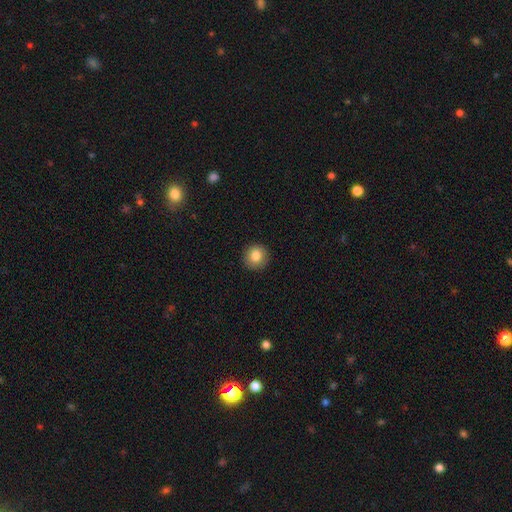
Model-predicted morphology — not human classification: A smooth galaxy with no disk features (84%) that is round (94%).

Vote fractions:
- Smooth or featured? smooth: 84% / star or artifact: 9% / featured or disk: 7%
- How rounded? round: 94% / in between: 5% / cigar-shaped: 1%
- Merging? none: 91% / minor disturbance: 6% / major disturbance: 2% / merger: 1%